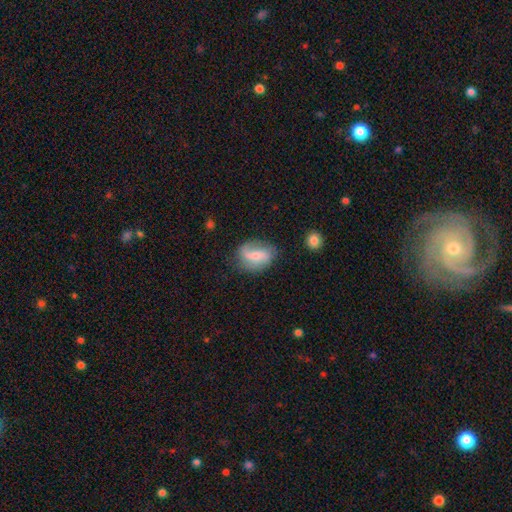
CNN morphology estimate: Smooth or featured? Predicted: featured or disk (p=0.60). Edge-on disk? Predicted: no (p=0.96). Bar? Predicted: weak (p=0.44). Spiral arms? Predicted: yes (p=0.88). Spiral winding? Predicted: loose (p=0.60). Spiral arm count? Predicted: 2 (p=0.73). Bulge size? Predicted: small (p=0.51). Merging? Predicted: none (p=0.64).